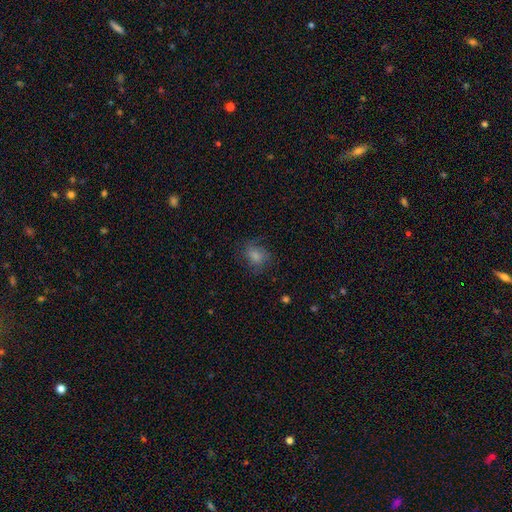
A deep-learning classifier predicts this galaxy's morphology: This is likely a smooth galaxy (77%). How rounded: possibly round (58%). Merging: likely none (69%).